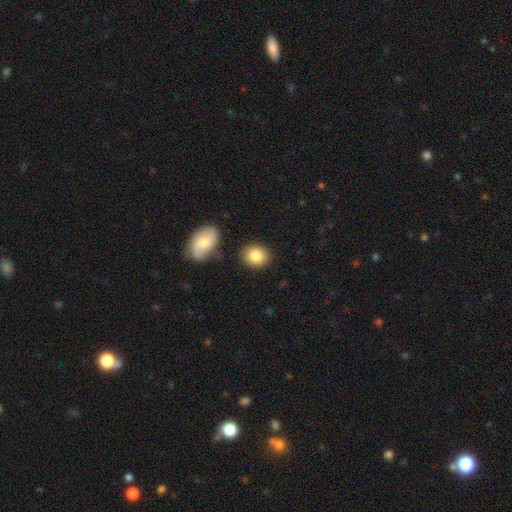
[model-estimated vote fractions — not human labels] Smooth or featured? Predicted: smooth (p=0.84). How rounded? Predicted: round (p=0.59). Merging? Predicted: none (p=0.81).